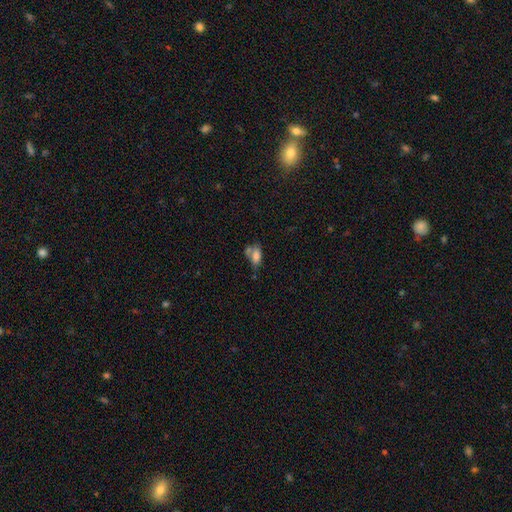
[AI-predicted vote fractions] Q: Smooth or featured?
A: smooth (76%); runner-up: featured or disk (13%)
Q: How rounded?
A: in between (87%); runner-up: round (6%)
Q: Merging?
A: merger (39%); runner-up: none (33%)